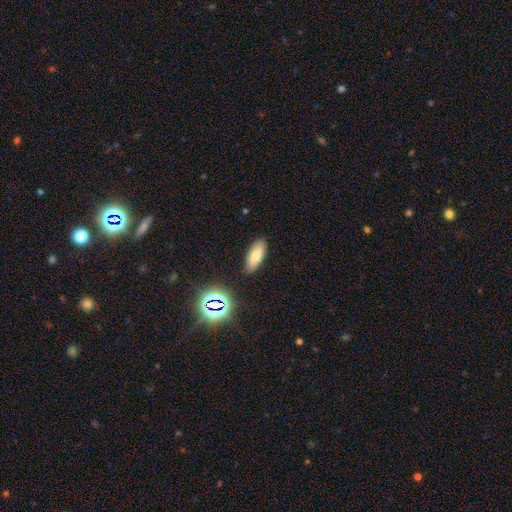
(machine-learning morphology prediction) smooth 74%, featured or disk 14%, star or artifact 12%. Down the decision tree: how rounded — in between (78%); merging — none (88%).